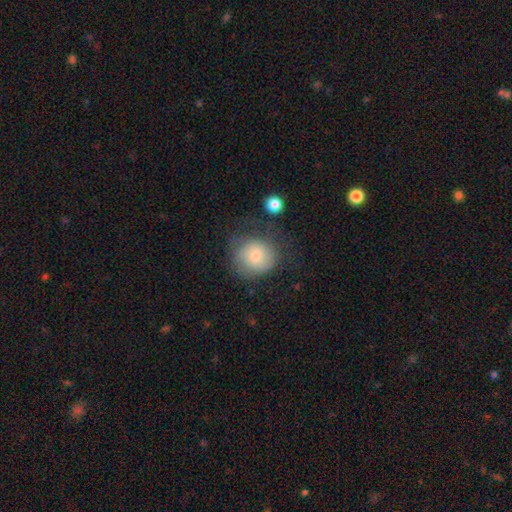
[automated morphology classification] The model was most divided on "merging": none: 54%, minor disturbance: 23%, major disturbance: 19%, merger: 4%. More confident: how rounded — round (86%); smooth or featured — smooth (71%).